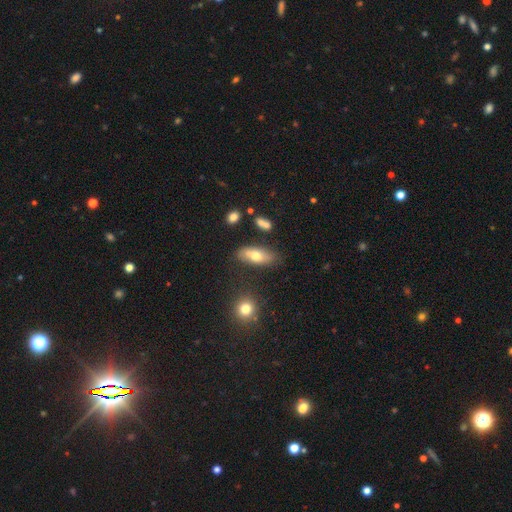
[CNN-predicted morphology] Smooth or featured?
  - smooth: 67% *
  - featured or disk: 26%
  - star or artifact: 8%
How rounded?
  - in between: 79% *
  - cigar-shaped: 18%
  - round: 3%
Merging?
  - none: 71% *
  - minor disturbance: 18%
  - merger: 6%
  - major disturbance: 5%